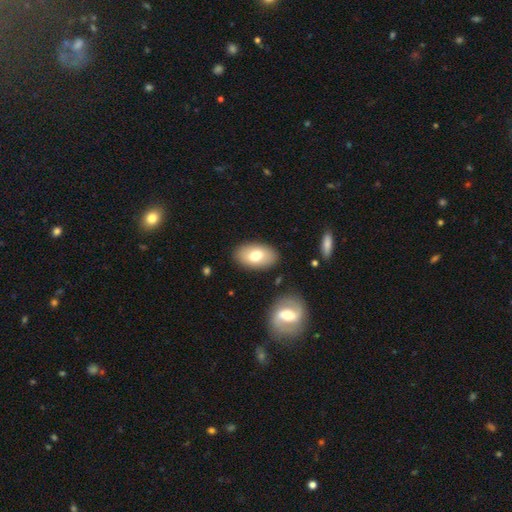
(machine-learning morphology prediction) Smooth or featured?
  - smooth: 72% *
  - featured or disk: 21%
  - star or artifact: 7%
How rounded?
  - in between: 91% *
  - round: 8%
  - cigar-shaped: 1%
Merging?
  - none: 86% *
  - minor disturbance: 9%
  - major disturbance: 3%
  - merger: 2%